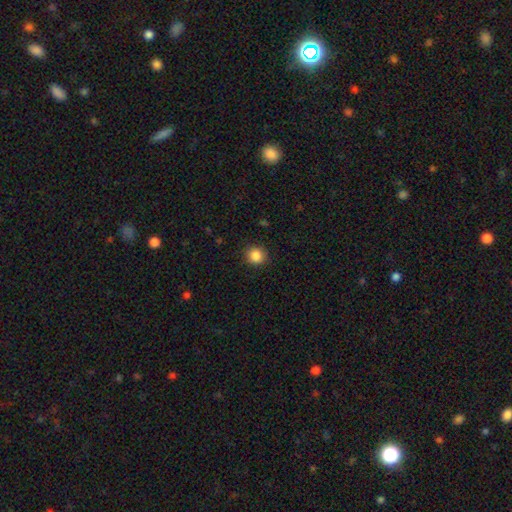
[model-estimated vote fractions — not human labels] This appears to be a smooth galaxy with no disk features (86%) that is round (90%). Merging: none (90%).